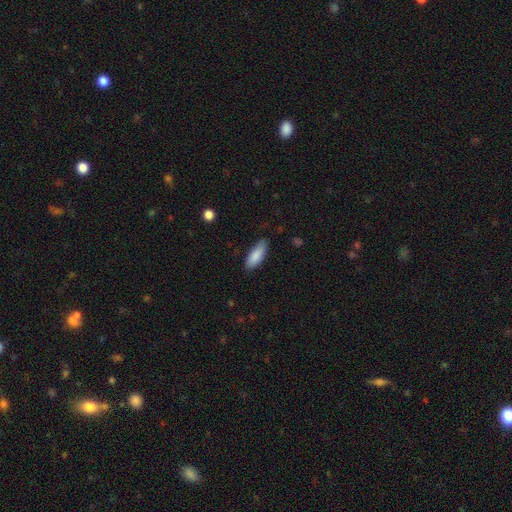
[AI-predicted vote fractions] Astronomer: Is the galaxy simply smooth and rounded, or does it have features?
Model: smooth — 86%.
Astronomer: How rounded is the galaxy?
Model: in between — 68%.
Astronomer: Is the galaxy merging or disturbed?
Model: none — 79%.